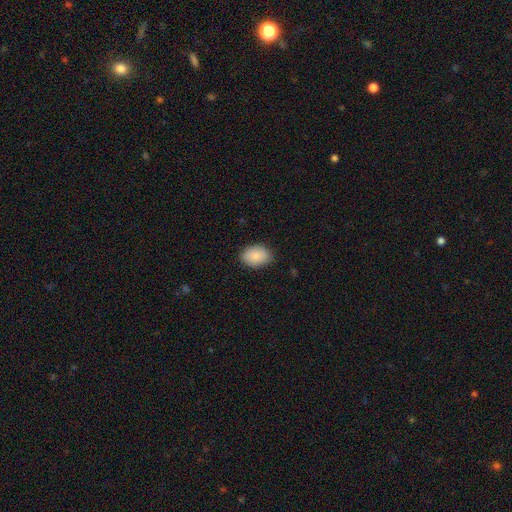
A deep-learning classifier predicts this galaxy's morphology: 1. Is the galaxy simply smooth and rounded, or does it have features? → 87% smooth, 7% star or artifact, 6% featured or disk.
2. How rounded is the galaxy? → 77% in between, 22% round, 1% cigar-shaped.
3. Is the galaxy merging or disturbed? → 85% none, 12% minor disturbance, 2% major disturbance, 1% merger.